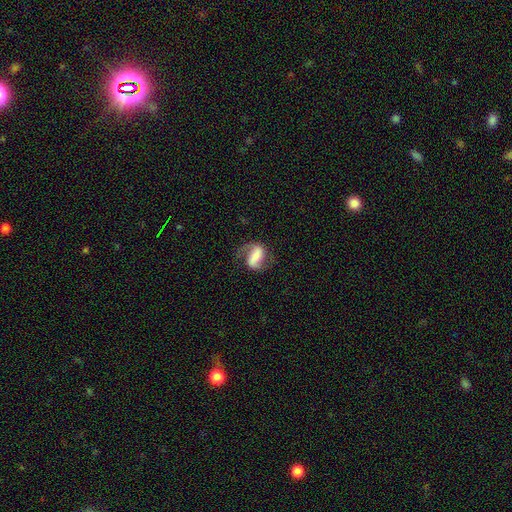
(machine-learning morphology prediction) This appears to be a featured or disk galaxy (68%) with a strong bar (52%), 2 (82%) loose (45%) spiral arms (91%) and a small central bulge (33%). Merging: none (63%).